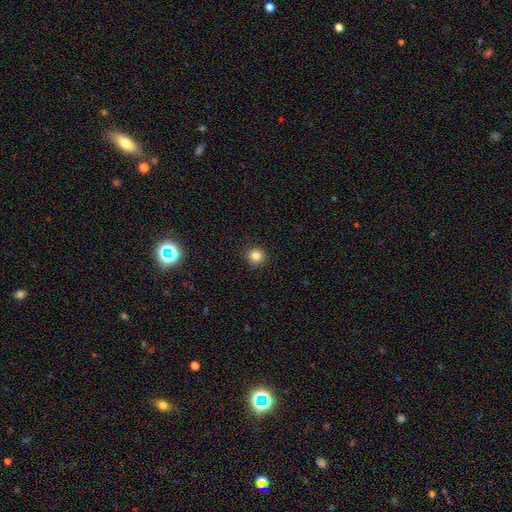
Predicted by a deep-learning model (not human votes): The model was most divided on "smooth or featured": smooth: 84%, star or artifact: 12%, featured or disk: 5%. More confident: how rounded — round (94%); merging — none (92%).